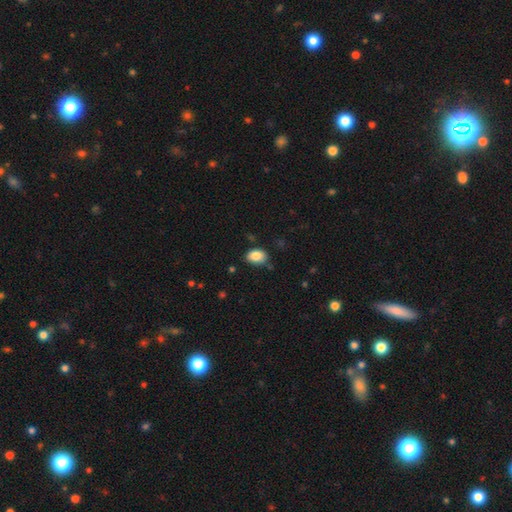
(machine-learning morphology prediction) A smooth galaxy with no disk features (85%) that is in between round and cigar-shaped (80%).

Vote fractions:
- Smooth or featured? smooth: 85% / star or artifact: 8% / featured or disk: 7%
- How rounded? in between: 80% / round: 19% / cigar-shaped: 1%
- Merging? none: 77% / minor disturbance: 17% / major disturbance: 3% / merger: 3%